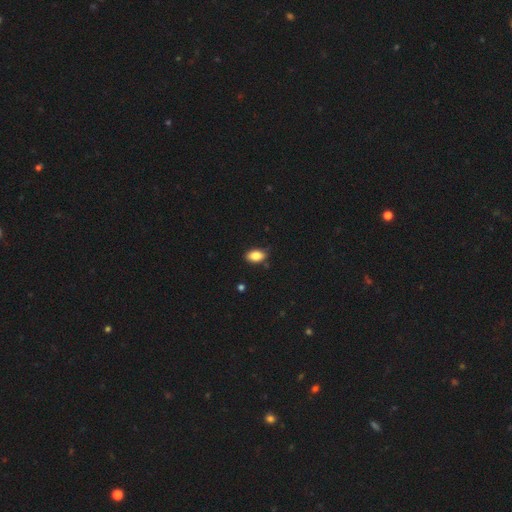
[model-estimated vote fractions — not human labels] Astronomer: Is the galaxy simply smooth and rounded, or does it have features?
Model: smooth — 85%.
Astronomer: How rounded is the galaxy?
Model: in between — 89%.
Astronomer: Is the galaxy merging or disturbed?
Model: none — 79%.